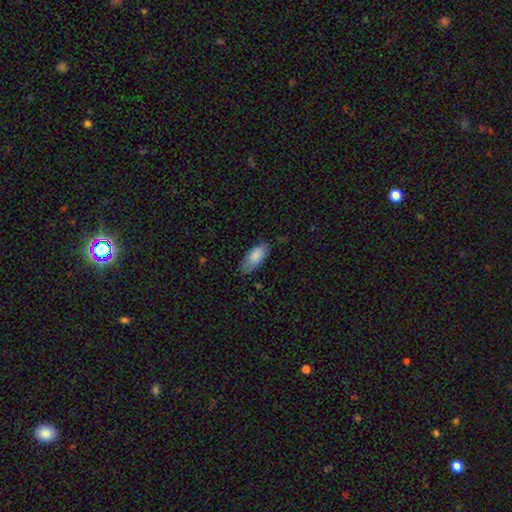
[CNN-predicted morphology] Smooth or featured? Predicted: smooth (p=0.84). How rounded? Predicted: in between (p=0.90). Merging? Predicted: none (p=0.71).